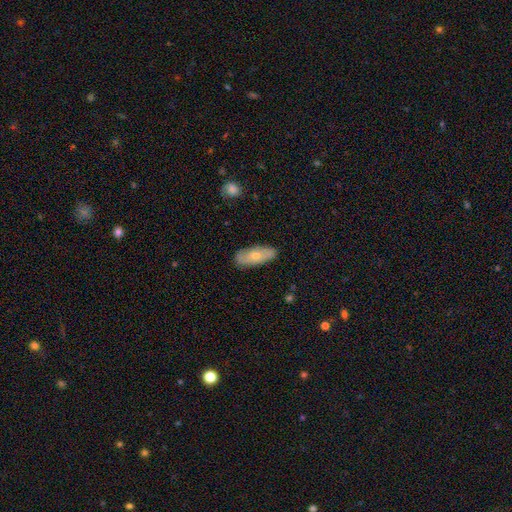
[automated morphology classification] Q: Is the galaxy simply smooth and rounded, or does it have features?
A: smooth — 60%.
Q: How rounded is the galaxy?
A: in between — 78%.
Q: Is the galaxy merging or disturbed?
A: none — 82%.